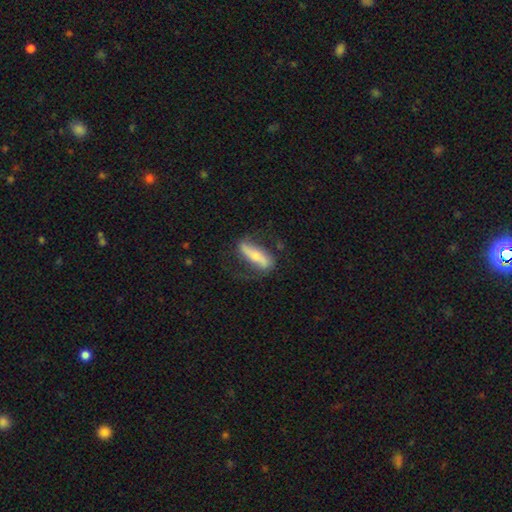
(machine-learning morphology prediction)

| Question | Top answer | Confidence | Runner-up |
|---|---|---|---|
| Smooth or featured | featured or disk | 59% | smooth (35%) |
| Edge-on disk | no | 63% | yes (37%) |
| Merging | none | 65% | minor disturbance (21%) |